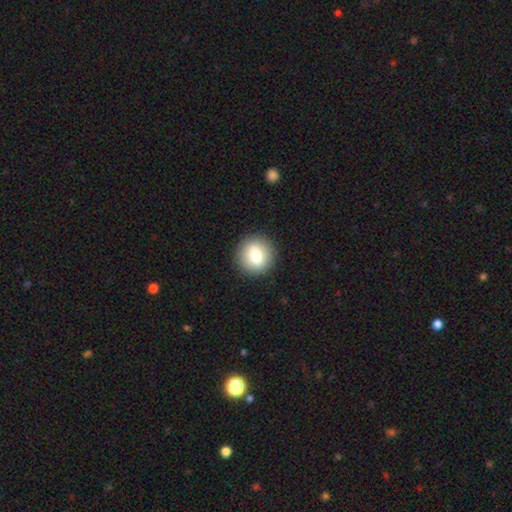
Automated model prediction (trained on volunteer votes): Morphology: type=smooth (75%); roundness=round (87%); merging=none (90%).